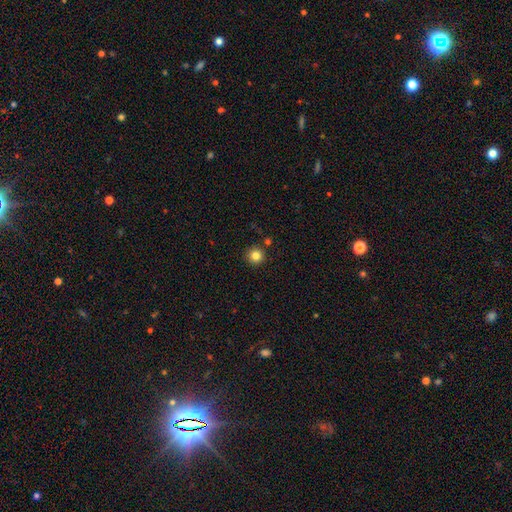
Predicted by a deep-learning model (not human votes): Smooth or featured: smooth — 83% (star or artifact — 12%)
How rounded: round — 95% (in between — 4%)
Merging: none — 88% (minor disturbance — 6%)